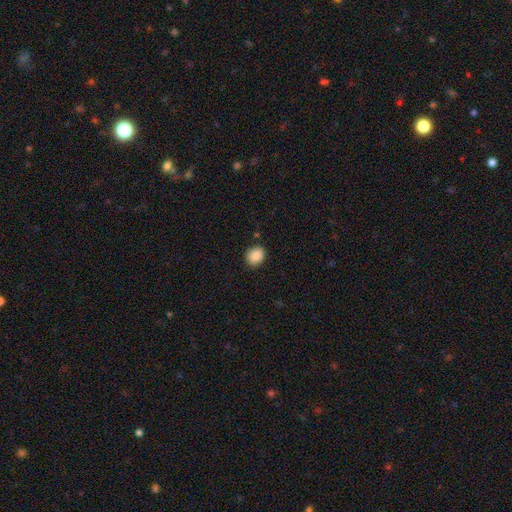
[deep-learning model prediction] Smooth or featured? smooth (89%)
How rounded? round (64%)
Merging? none (86%)